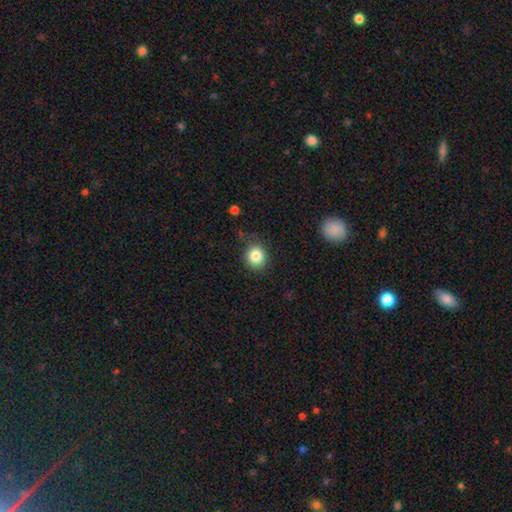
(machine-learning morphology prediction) This appears to be a smooth galaxy with no disk features (84%) that is round (79%). Merging: none (79%).